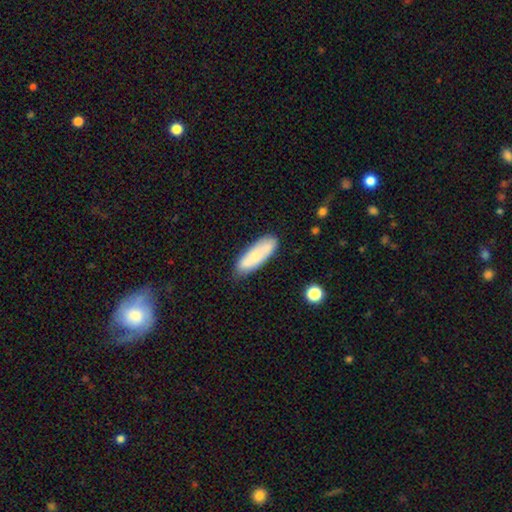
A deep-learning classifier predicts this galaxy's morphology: A smooth galaxy with no disk features (73%) that is in between round and cigar-shaped (57%).

Vote fractions:
- Smooth or featured? smooth: 73% / featured or disk: 21% / star or artifact: 6%
- How rounded? in between: 57% / cigar-shaped: 41% / round: 2%
- Merging? none: 77% / minor disturbance: 17% / major disturbance: 3% / merger: 3%